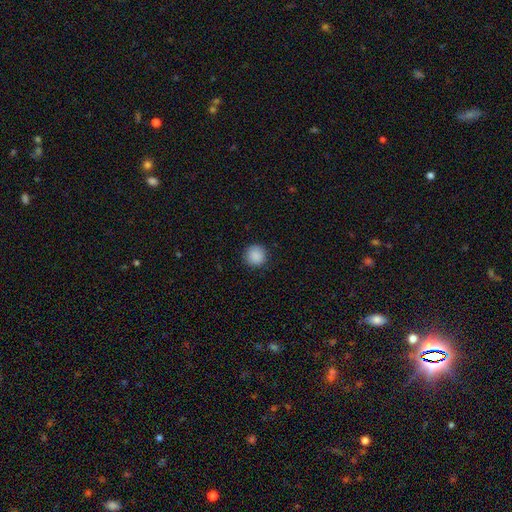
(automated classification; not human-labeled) Smooth or featured?
  - smooth: 89% *
  - star or artifact: 8%
  - featured or disk: 2%
How rounded?
  - round: 94% *
  - in between: 5%
  - cigar-shaped: 1%
Merging?
  - none: 91% *
  - minor disturbance: 6%
  - major disturbance: 2%
  - merger: 1%